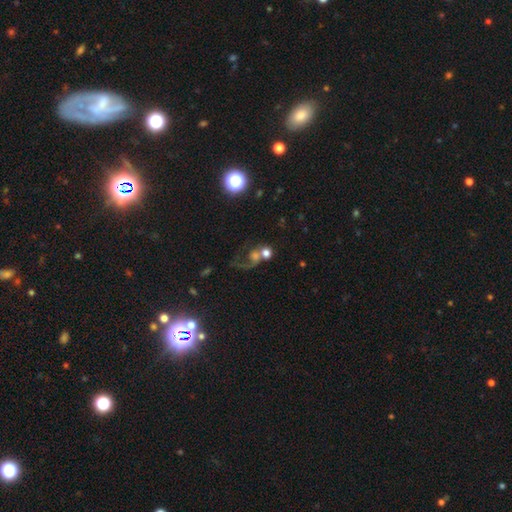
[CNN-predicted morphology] type=featured or disk (39%); merging=merger (42%).